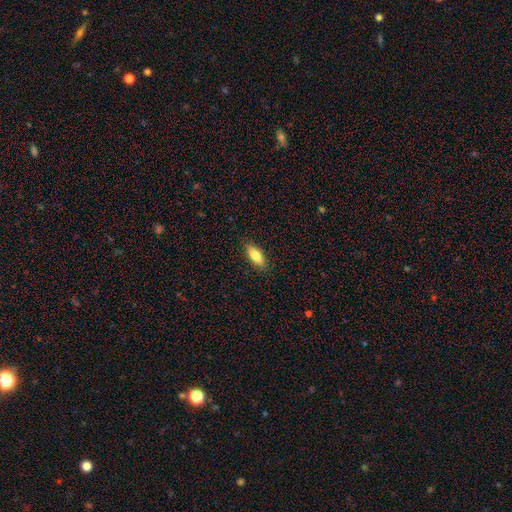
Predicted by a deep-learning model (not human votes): Morphology: type=smooth (79%); roundness=in between (77%); merging=none (88%).